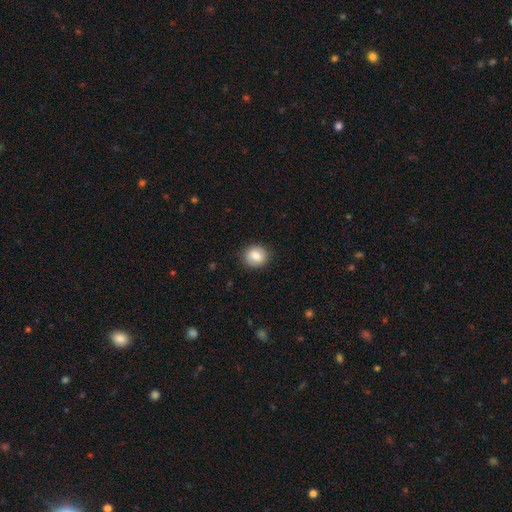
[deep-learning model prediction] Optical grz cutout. It shows a smooth galaxy with no disk features (79%) that is round (77%). Merging: none (86%).